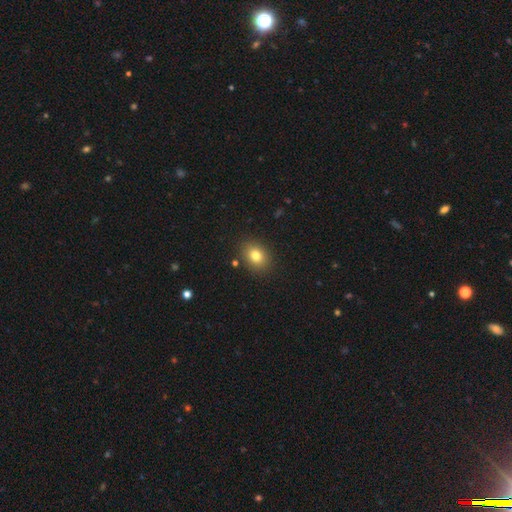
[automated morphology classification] type=smooth (79%); roundness=in between (60%); merging=none (87%).